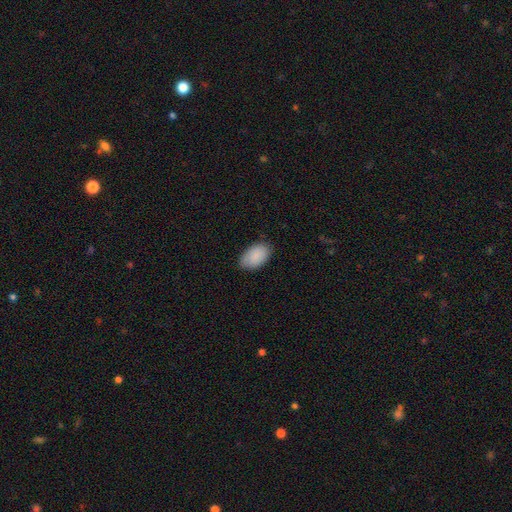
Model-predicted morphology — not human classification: smooth_or_featured: smooth (p=0.89) [alt: star or artifact p=0.06]
how_rounded: in between (p=0.94) [alt: round p=0.05]
merging: none (p=0.81) [alt: minor disturbance p=0.15]